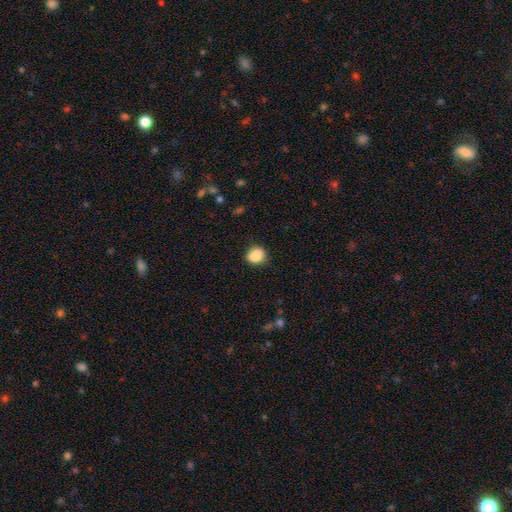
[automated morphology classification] smooth_or_featured: smooth (p=0.87) [alt: star or artifact p=0.09]
how_rounded: round (p=0.68) [alt: in between p=0.30]
merging: none (p=0.79) [alt: minor disturbance p=0.15]